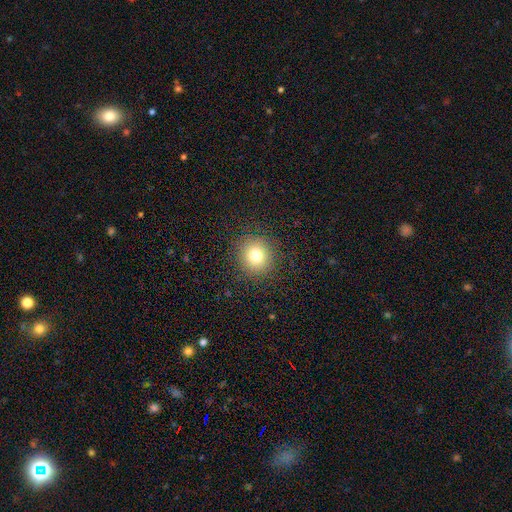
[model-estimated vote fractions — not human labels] smooth 78%, star or artifact 13%, featured or disk 9%. Down the decision tree: how rounded — round (92%); merging — none (90%).